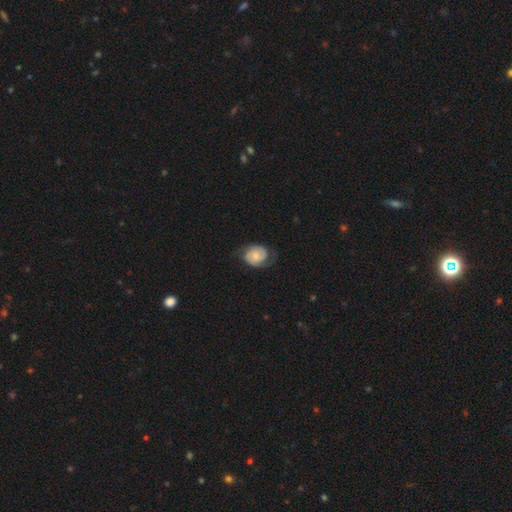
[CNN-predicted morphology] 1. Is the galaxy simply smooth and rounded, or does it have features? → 62% featured or disk, 31% smooth, 6% star or artifact.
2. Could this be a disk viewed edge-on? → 97% no, 3% yes.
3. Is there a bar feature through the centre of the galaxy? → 69% no, 26% weak, 5% strong.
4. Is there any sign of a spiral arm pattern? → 86% yes, 14% no.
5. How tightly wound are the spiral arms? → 47% tight, 36% medium, 17% loose.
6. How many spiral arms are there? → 78% 2, 13% can't tell, 5% 1, 2% 3, 1% 4, 1% more than 4.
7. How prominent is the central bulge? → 47% small, 43% moderate, 5% none, 3% large, 1% dominant.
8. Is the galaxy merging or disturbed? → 63% none, 24% minor disturbance, 12% major disturbance, 1% merger.